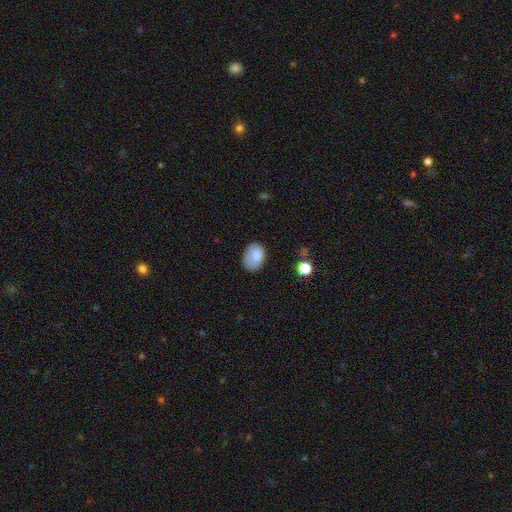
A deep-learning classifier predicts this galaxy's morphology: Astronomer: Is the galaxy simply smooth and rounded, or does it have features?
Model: smooth — 81%.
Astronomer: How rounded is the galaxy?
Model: in between — 77%.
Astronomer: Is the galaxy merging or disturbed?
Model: none — 63%.